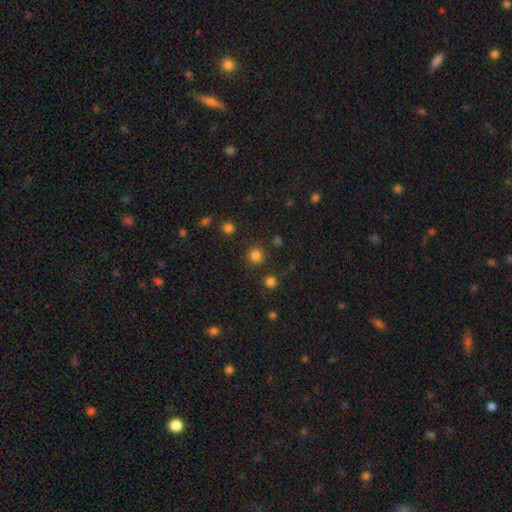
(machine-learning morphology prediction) Overall: smooth (80%). How rounded: round (94%). Merging: none (88%).